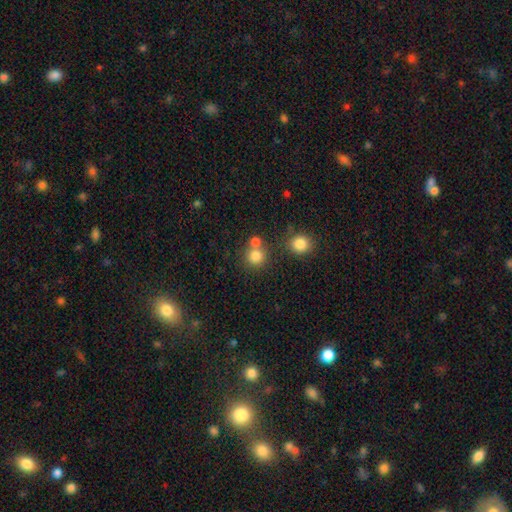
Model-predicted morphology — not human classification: smooth-or-featured: smooth: 80% | star or artifact: 13% | featured or disk: 7%
  how-rounded: round: 90% | in between: 9% | cigar-shaped: 1%
  merging: none: 64% | merger: 24% | minor disturbance: 8% | major disturbance: 3%